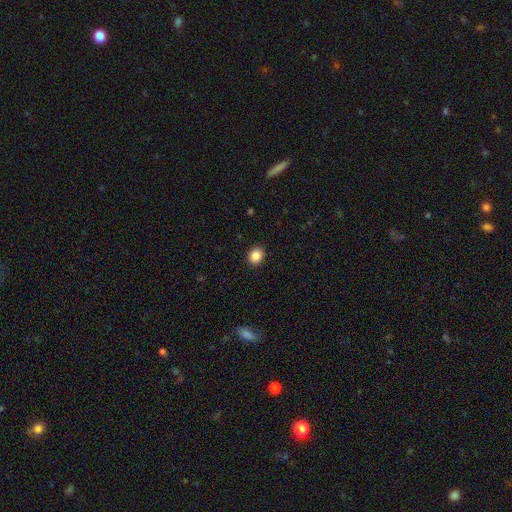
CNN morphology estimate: Smooth or featured? smooth (86%)
How rounded? round (64%)
Merging? none (91%)